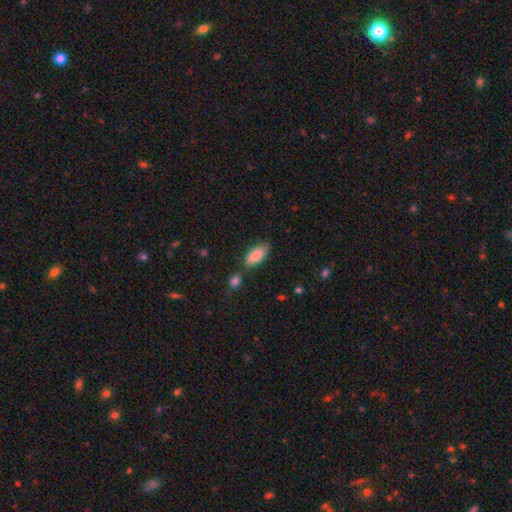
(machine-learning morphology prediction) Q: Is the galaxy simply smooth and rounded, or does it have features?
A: smooth — 85%.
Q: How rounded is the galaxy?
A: in between — 90%.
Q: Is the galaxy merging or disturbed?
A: none — 62%.